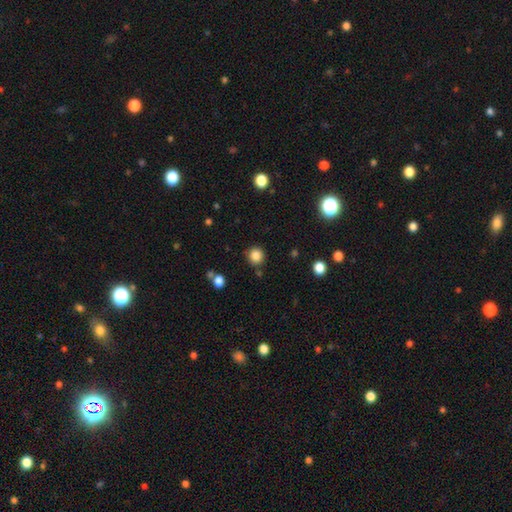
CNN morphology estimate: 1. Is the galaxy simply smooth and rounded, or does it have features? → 85% smooth, 11% star or artifact, 4% featured or disk.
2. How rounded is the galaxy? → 92% round, 7% in between, 1% cigar-shaped.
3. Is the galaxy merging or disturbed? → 86% none, 8% minor disturbance, 4% merger, 2% major disturbance.